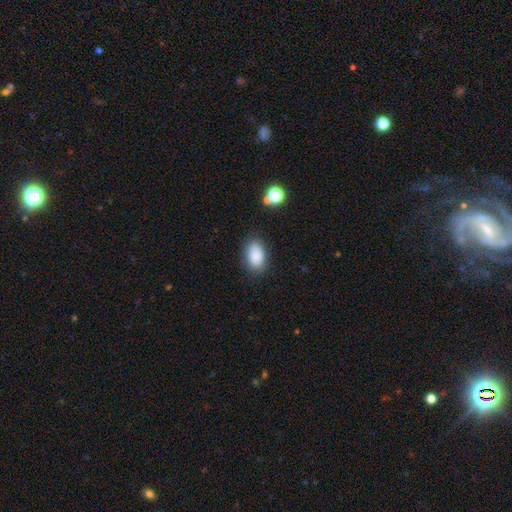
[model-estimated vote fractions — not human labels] A smooth galaxy with no disk features (87%) that is in between round and cigar-shaped (90%).

Vote fractions:
- Smooth or featured? smooth: 87% / star or artifact: 8% / featured or disk: 5%
- How rounded? in between: 90% / round: 8% / cigar-shaped: 1%
- Merging? none: 82% / minor disturbance: 13% / major disturbance: 4% / merger: 2%